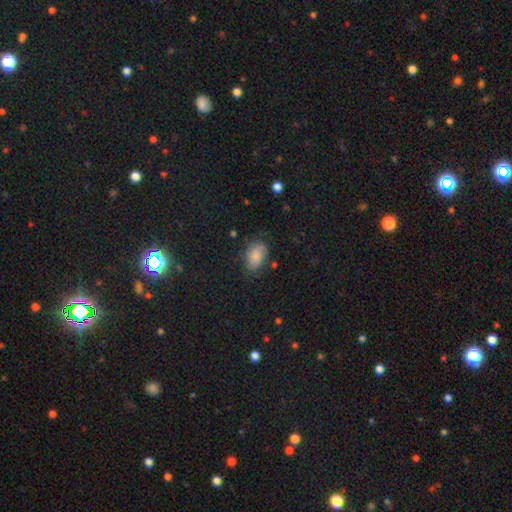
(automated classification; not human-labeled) A smooth galaxy with no disk features (78%) that is in between round and cigar-shaped (88%). Merging: none (68%).